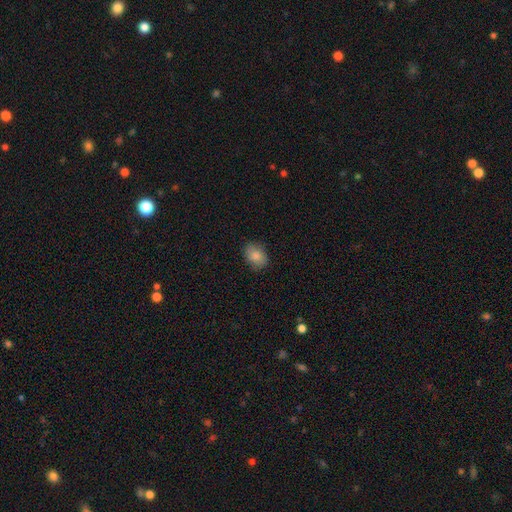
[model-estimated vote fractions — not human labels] Smooth or featured?
  - smooth: 83% *
  - featured or disk: 9%
  - star or artifact: 8%
How rounded?
  - in between: 67% *
  - round: 32%
  - cigar-shaped: 1%
Merging?
  - none: 83% *
  - minor disturbance: 13%
  - major disturbance: 3%
  - merger: 1%